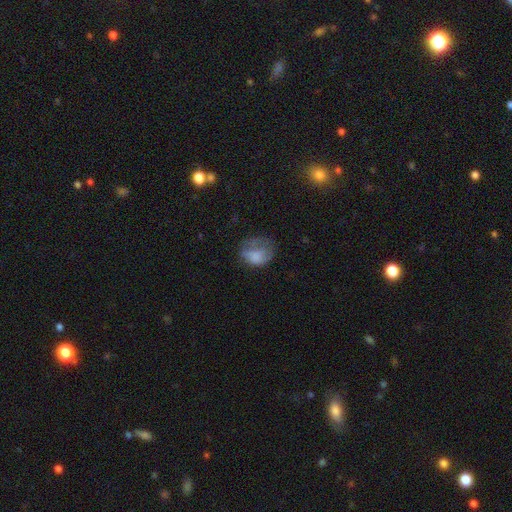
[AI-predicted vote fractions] Smooth or featured? smooth (66%)
How rounded? in between (54%)
Merging? major disturbance (37%)